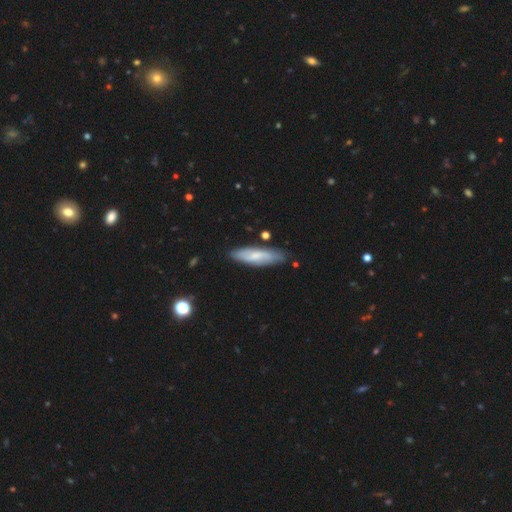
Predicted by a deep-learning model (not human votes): A smooth galaxy with no disk features (55%) that is cigar-shaped (56%).

Vote fractions:
- Smooth or featured? smooth: 55% / featured or disk: 39% / star or artifact: 6%
- How rounded? cigar-shaped: 56% / in between: 42% / round: 2%
- Merging? none: 80% / minor disturbance: 15% / major disturbance: 3% / merger: 2%